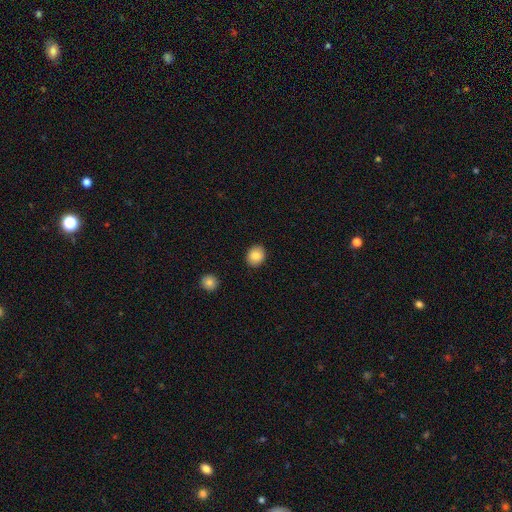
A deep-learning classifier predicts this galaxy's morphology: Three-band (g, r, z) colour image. It shows a smooth galaxy with no disk features (86%) that is round (67%). Merging: none (89%).